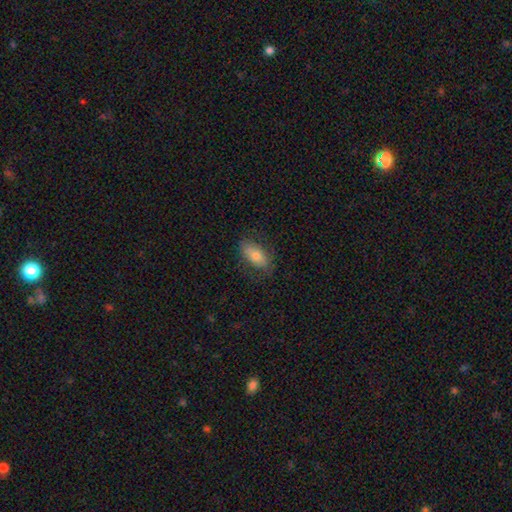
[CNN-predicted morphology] Overall: smooth (73%). How rounded: in between (89%). Merging: none (77%).